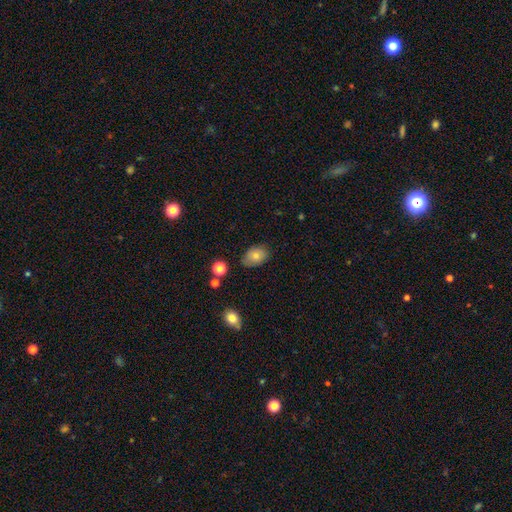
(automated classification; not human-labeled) A smooth galaxy with no disk features (79%) that is in between round and cigar-shaped (79%).

Vote fractions:
- Smooth or featured? smooth: 79% / featured or disk: 12% / star or artifact: 9%
- How rounded? in between: 79% / round: 20% / cigar-shaped: 1%
- Merging? none: 78% / minor disturbance: 17% / major disturbance: 3% / merger: 2%